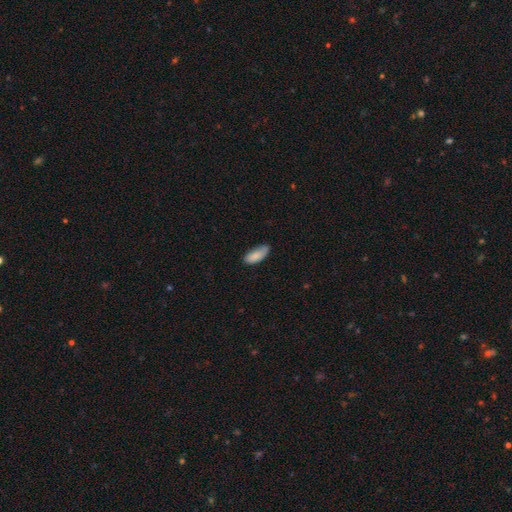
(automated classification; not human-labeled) A smooth galaxy with no disk features (86%) that is in between round and cigar-shaped (84%). Merging: none (60%).